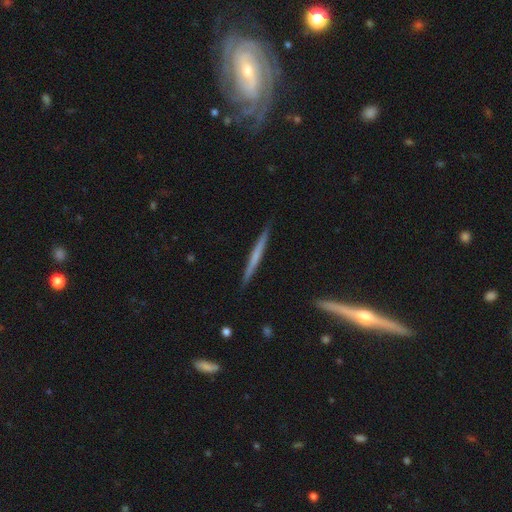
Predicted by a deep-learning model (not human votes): Overall: featured or disk (51%; smooth 44%). Edge-on disk: yes (97%). Merging: none (91%).